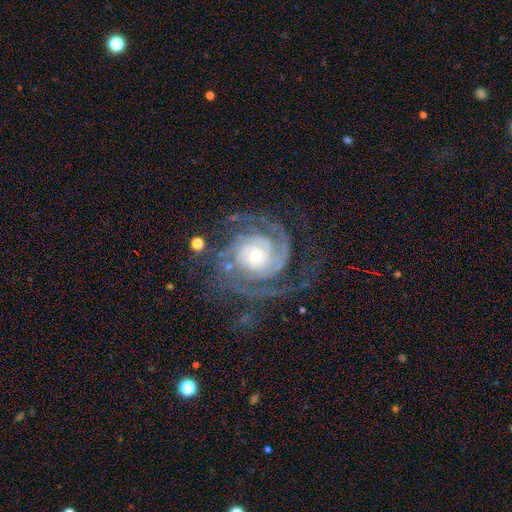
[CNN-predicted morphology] smooth-or-featured: featured or disk: 92% | star or artifact: 5% | smooth: 3%
  disk-edge-on: no: 98% | yes: 2%
    bar: no: 73% | weak: 19% | strong: 8%
    has-spiral-arms: yes: 98% | no: 2%
      spiral-winding: tight: 71% | medium: 25% | loose: 4%
      spiral-arm-count: 2: 49% | 3: 22% | can't tell: 11% | 4: 7% | 1: 6% | more than 4: 5%
    bulge-size: small: 59% | moderate: 34% | large: 4% | dominant: 1% | none: 1%
  merging: none: 70% | minor disturbance: 15% | major disturbance: 13% | merger: 2%